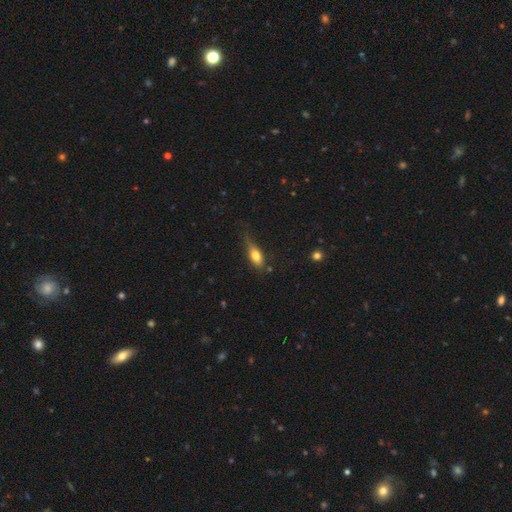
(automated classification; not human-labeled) smooth 73%, featured or disk 19%, star or artifact 8%. Down the decision tree: how rounded — in between (74%); merging — none (51%).